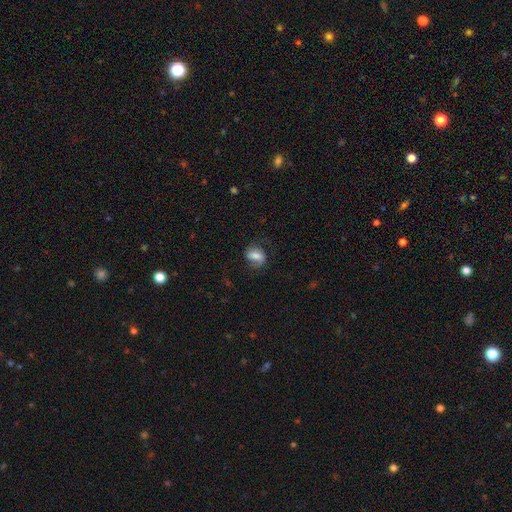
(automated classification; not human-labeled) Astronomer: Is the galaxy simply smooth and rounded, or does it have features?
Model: smooth — 52% (runner-up: featured or disk, 40%).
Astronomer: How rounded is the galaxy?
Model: in between — 68%.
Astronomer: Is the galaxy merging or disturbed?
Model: none — 63%.